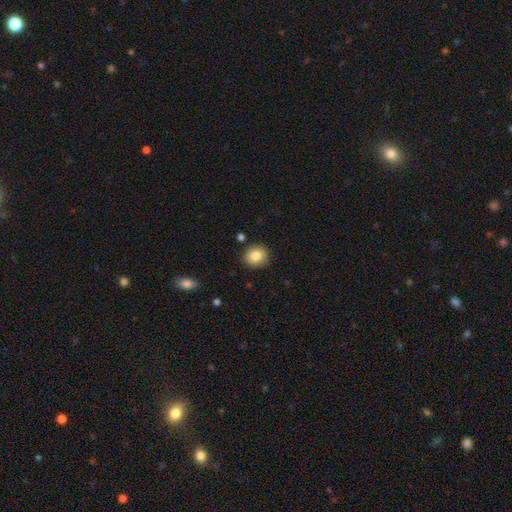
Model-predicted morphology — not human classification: Smooth or featured? smooth (84%)
How rounded? round (84%)
Merging? none (88%)